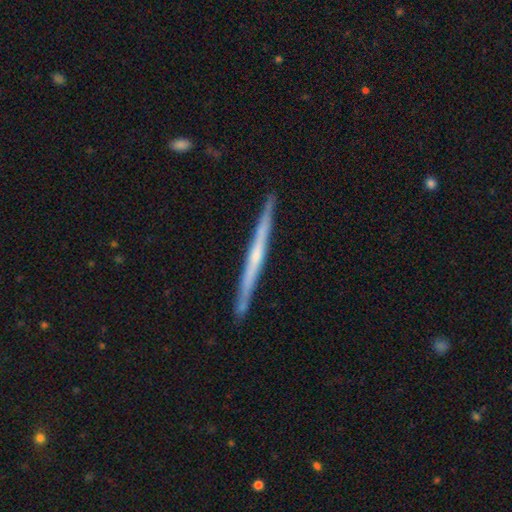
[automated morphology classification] A featured or disk galaxy (70%) viewed edge-on (98%) with no central bulge (59%).

Vote fractions:
- Smooth or featured? featured or disk: 70% / smooth: 25% / star or artifact: 6%
- Edge-on disk? yes: 98% / no: 2%
- Edge-on bulge? none: 59% / rounded: 35% / boxy: 6%
- Merging? none: 91% / minor disturbance: 7% / merger: 1% / major disturbance: 1%